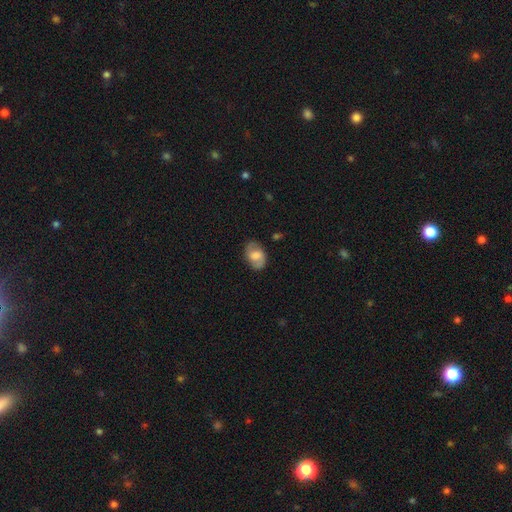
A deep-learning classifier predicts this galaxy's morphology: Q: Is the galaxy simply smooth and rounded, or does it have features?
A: smooth — 51%.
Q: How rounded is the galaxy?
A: in between — 81%.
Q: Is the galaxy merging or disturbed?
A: none — 77%.